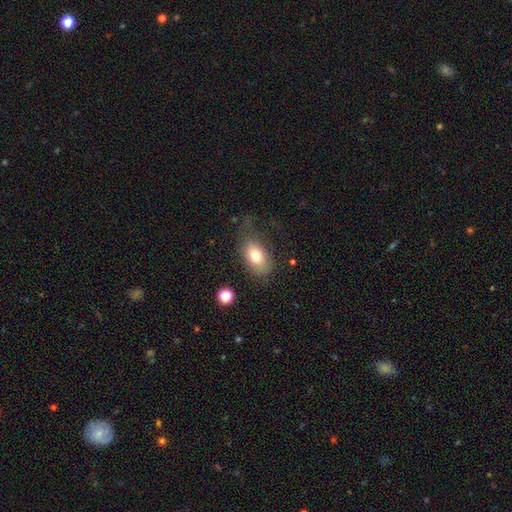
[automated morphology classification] A smooth galaxy with no disk features (76%) that is in between round and cigar-shaped (88%). Merging: none (56%).